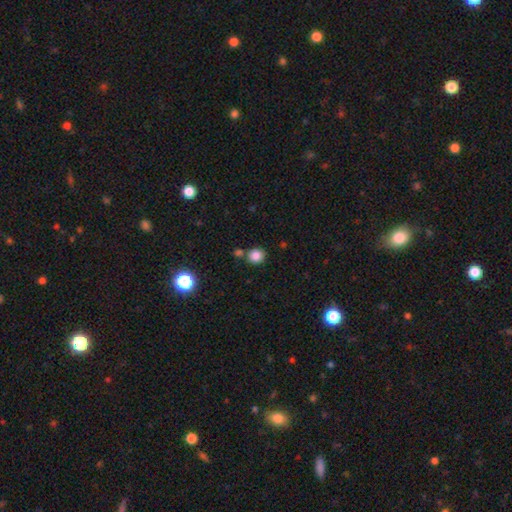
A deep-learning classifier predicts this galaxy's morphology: smooth_or_featured: smooth (p=0.84) [alt: star or artifact p=0.12]
how_rounded: round (p=0.89) [alt: in between p=0.10]
merging: none (p=0.73) [alt: merger p=0.15]